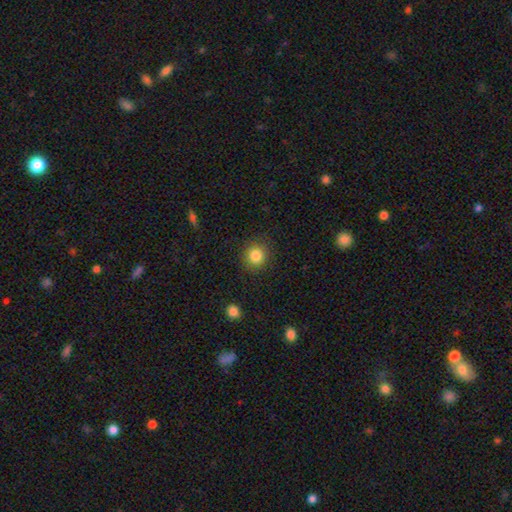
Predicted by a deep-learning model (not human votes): smooth 84%, star or artifact 11%, featured or disk 6%. Down the decision tree: how rounded — round (89%); merging — none (89%).